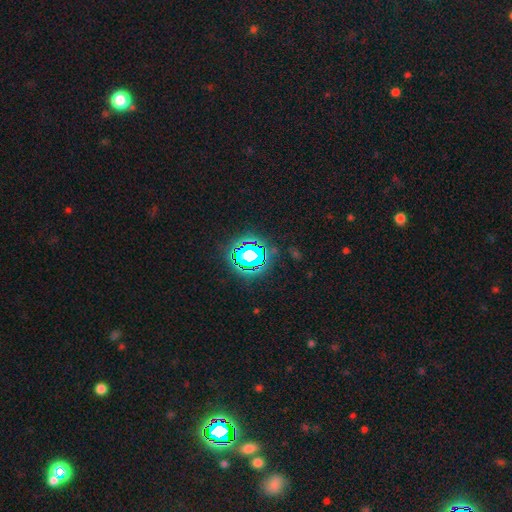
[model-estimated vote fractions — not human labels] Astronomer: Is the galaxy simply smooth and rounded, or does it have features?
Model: star or artifact — 81%.